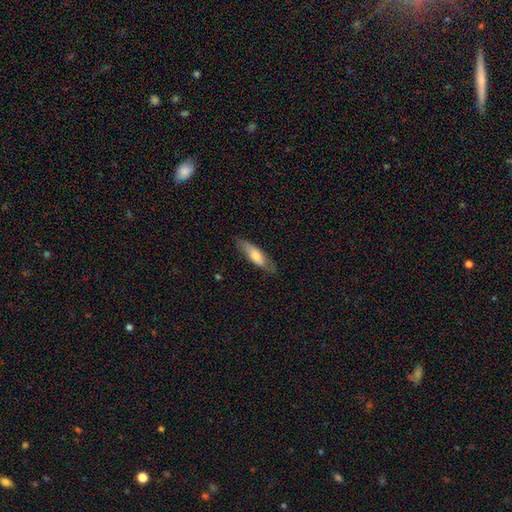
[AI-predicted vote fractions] Overall: smooth (67%; featured or disk 28%). How rounded: cigar-shaped (50%; in between 48%). Merging: none (76%).